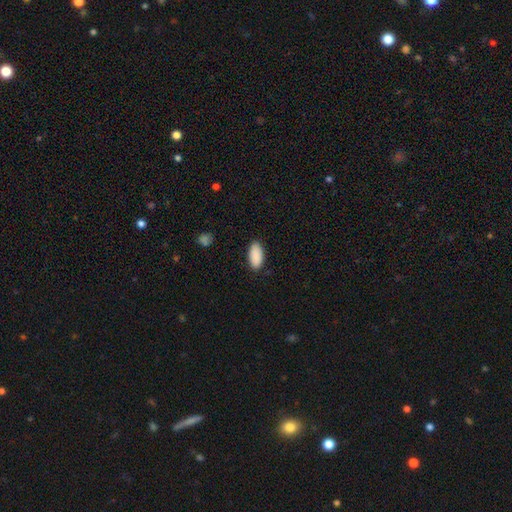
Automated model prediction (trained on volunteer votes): Q: Smooth or featured?
A: smooth (91%); runner-up: star or artifact (6%)
Q: How rounded?
A: in between (93%); runner-up: cigar-shaped (5%)
Q: Merging?
A: none (87%); runner-up: minor disturbance (10%)